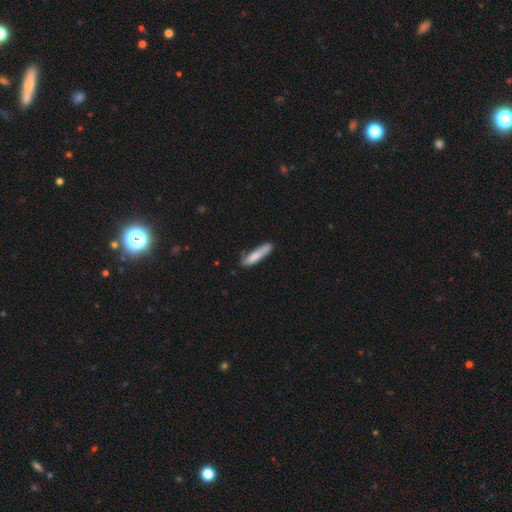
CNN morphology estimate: Smooth or featured: smooth — 78% (featured or disk — 17%)
How rounded: cigar-shaped — 82% (in between — 17%)
Merging: none — 71% (minor disturbance — 23%)